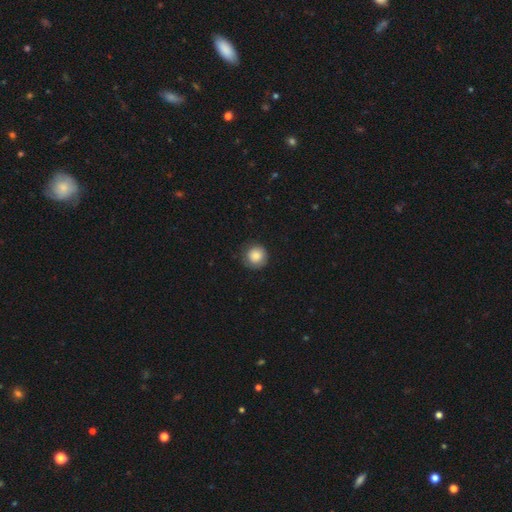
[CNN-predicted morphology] This appears to be a smooth galaxy with no disk features (82%) that is round (94%). Merging: none (82%).